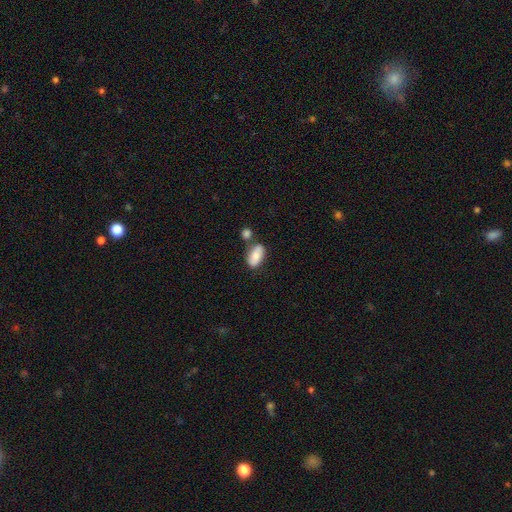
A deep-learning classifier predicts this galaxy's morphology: smooth_or_featured: smooth (p=0.74) [alt: featured or disk p=0.19]
how_rounded: in between (p=0.91) [alt: round p=0.05]
merging: none (p=0.60) [alt: merger p=0.20]